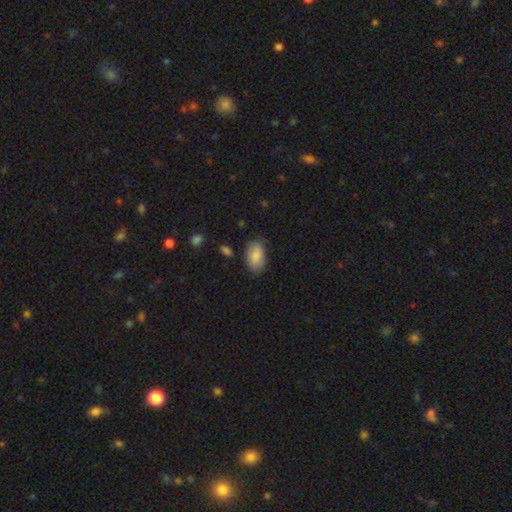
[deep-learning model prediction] Q: Smooth or featured?
A: smooth (85%); runner-up: featured or disk (8%)
Q: How rounded?
A: in between (93%); runner-up: round (5%)
Q: Merging?
A: none (80%); runner-up: minor disturbance (15%)